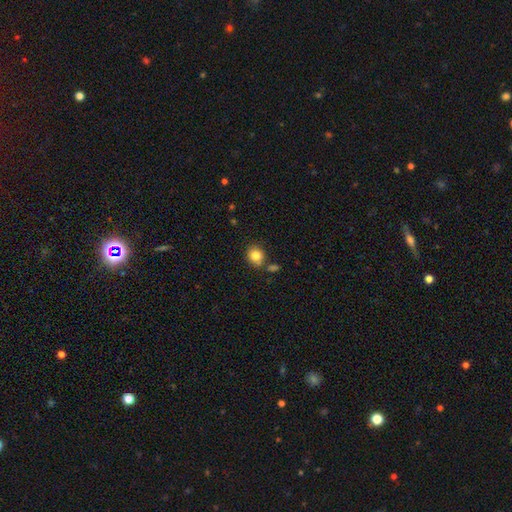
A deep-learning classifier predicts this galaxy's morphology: A smooth galaxy with no disk features (84%) that is round (76%).

Vote fractions:
- Smooth or featured? smooth: 84% / star or artifact: 10% / featured or disk: 6%
- How rounded? round: 76% / in between: 23% / cigar-shaped: 1%
- Merging? none: 71% / minor disturbance: 13% / merger: 12% / major disturbance: 4%